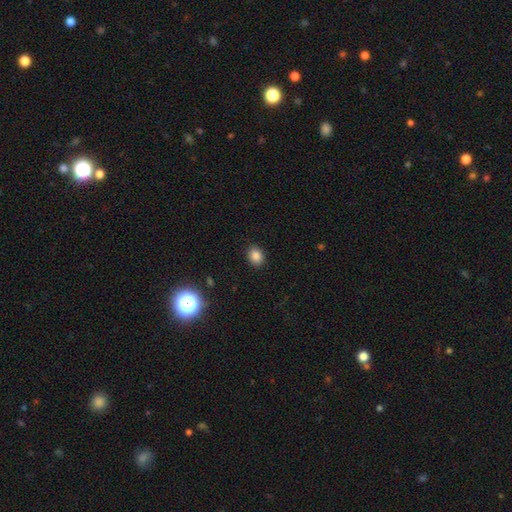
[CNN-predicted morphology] Q: Smooth or featured?
A: smooth (84%); runner-up: star or artifact (12%)
Q: How rounded?
A: round (52%); runner-up: in between (47%)
Q: Merging?
A: none (89%); runner-up: minor disturbance (8%)